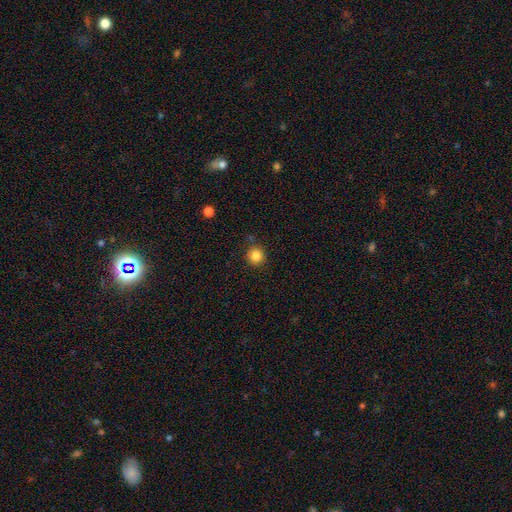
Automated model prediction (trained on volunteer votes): Morphology: type=smooth (84%); roundness=round (94%); merging=none (86%).